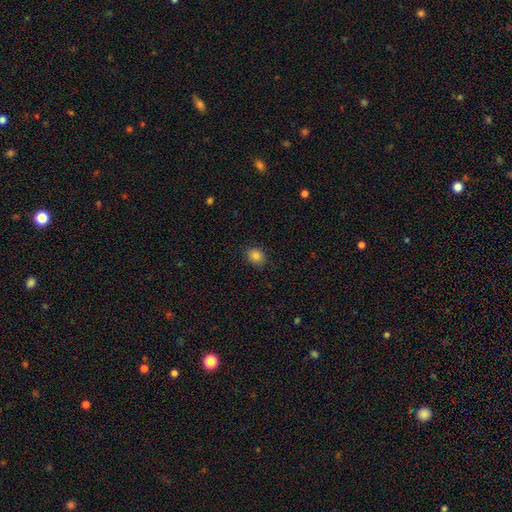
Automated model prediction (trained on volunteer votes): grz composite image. It shows a smooth galaxy with no disk features (83%) that is round (59%). Merging: none (86%).